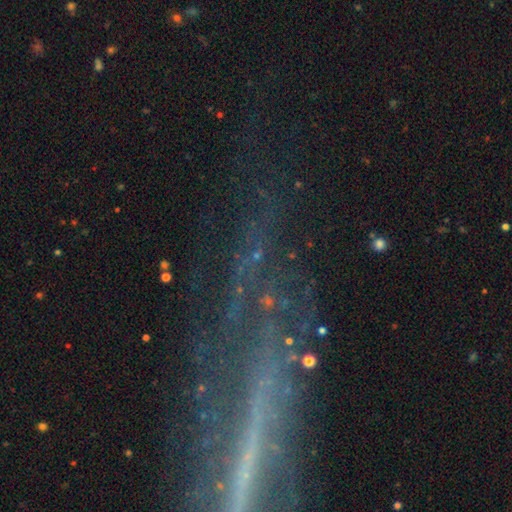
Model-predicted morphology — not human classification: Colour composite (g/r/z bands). It shows a star or artifact, not a galaxy (43%).